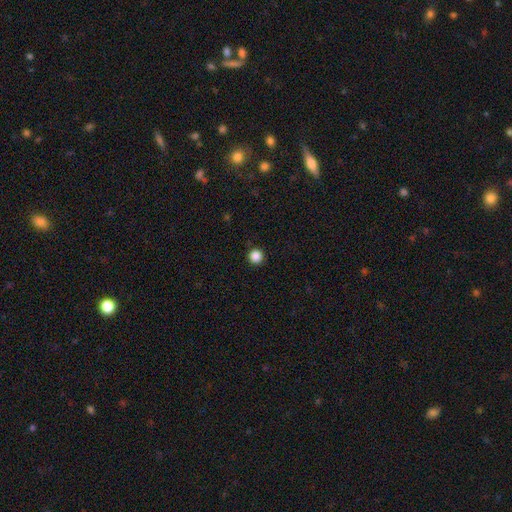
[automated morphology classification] Q: Smooth or featured?
A: smooth (87%); runner-up: star or artifact (11%)
Q: How rounded?
A: round (96%); runner-up: in between (3%)
Q: Merging?
A: none (93%); runner-up: minor disturbance (4%)